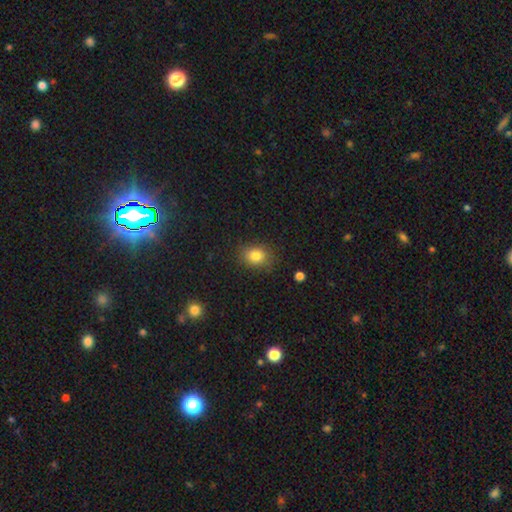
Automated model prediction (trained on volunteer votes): Overall: smooth (82%). How rounded: in between (54%; round 45%). Merging: none (82%).